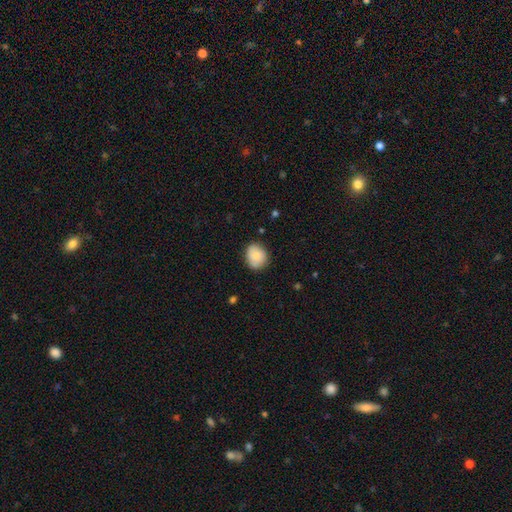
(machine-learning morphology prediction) This is clearly a smooth galaxy (82%). How rounded: likely round (63%). Merging: likely none (78%).